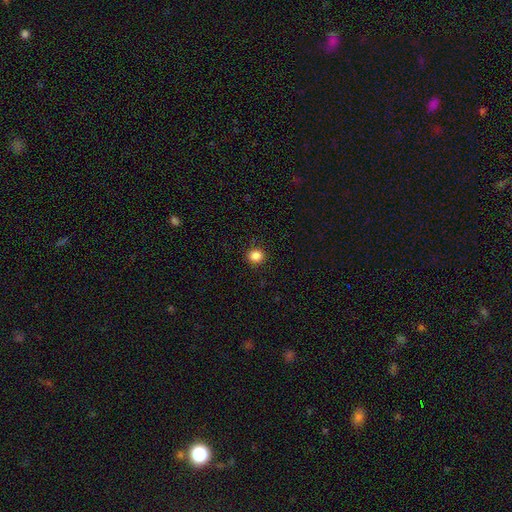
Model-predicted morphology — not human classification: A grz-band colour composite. It shows a smooth galaxy with no disk features (86%) that is round (90%). Merging: none (92%).